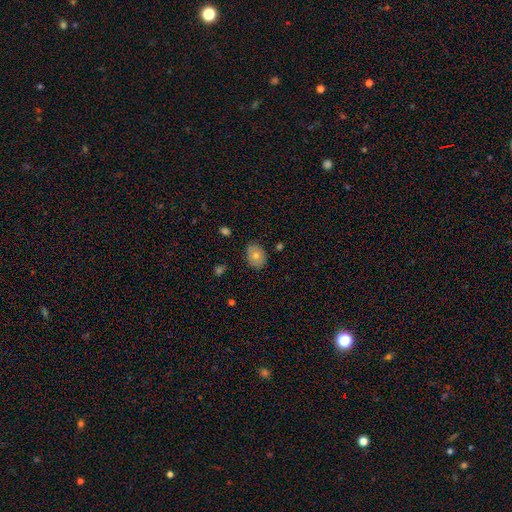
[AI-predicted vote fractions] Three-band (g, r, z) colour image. It shows a smooth galaxy with no disk features (71%) that is in between round and cigar-shaped (66%). Merging: none (80%).